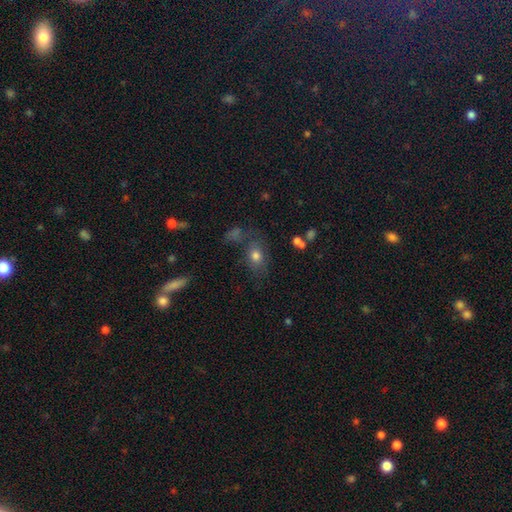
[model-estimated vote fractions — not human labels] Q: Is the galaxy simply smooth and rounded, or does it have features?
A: smooth — 74%.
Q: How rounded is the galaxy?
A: in between — 65%.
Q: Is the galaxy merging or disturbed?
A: none — 62%.